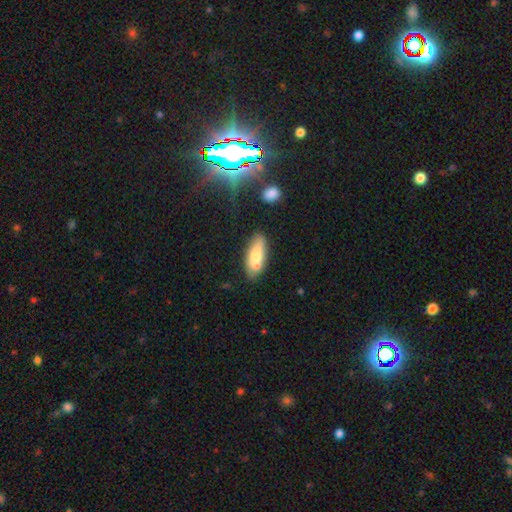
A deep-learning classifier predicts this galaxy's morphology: Smooth or featured? Predicted: smooth (p=0.73). How rounded? Predicted: in between (p=0.69). Merging? Predicted: none (p=0.69).